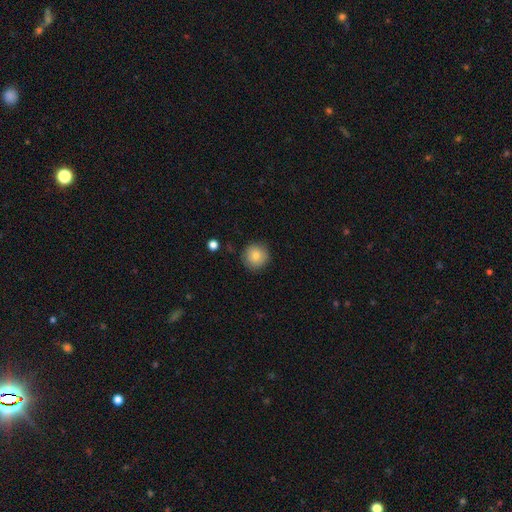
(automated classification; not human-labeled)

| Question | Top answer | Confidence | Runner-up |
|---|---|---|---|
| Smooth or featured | smooth | 81% | featured or disk (10%) |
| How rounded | round | 94% | in between (5%) |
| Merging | none | 87% | minor disturbance (9%) |